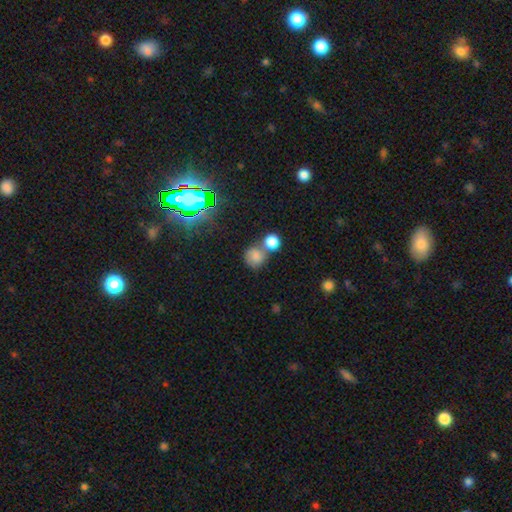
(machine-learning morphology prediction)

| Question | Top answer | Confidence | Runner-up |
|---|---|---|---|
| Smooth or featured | smooth | 73% | star or artifact (16%) |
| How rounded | round | 83% | in between (16%) |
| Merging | none | 43% | merger (41%) |